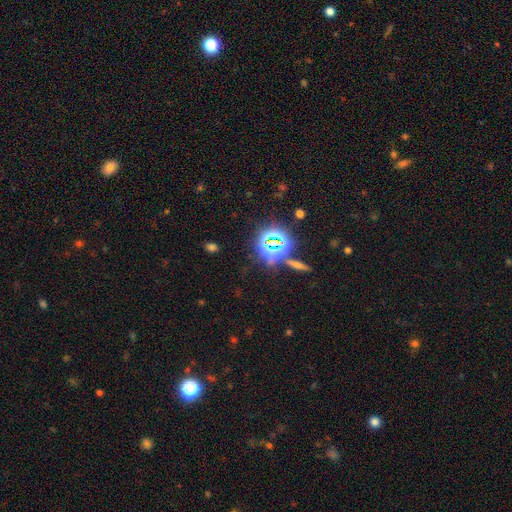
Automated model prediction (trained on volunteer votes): star or artifact 70%, smooth 23%, featured or disk 7%.